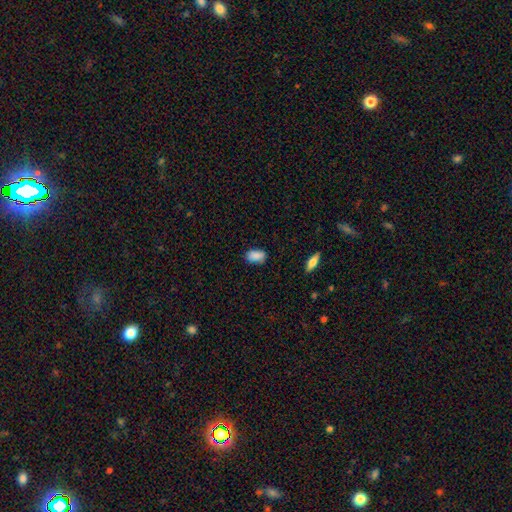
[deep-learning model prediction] A smooth galaxy with no disk features (87%) that is in between round and cigar-shaped (91%). Merging: none (77%).